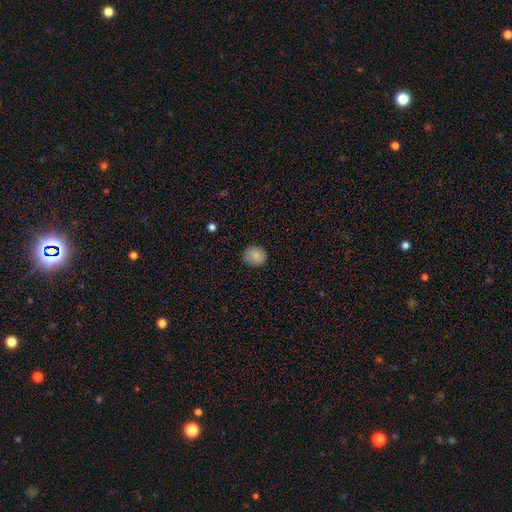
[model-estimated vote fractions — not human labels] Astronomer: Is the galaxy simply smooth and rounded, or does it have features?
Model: smooth — 83%.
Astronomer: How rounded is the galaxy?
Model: round — 73%.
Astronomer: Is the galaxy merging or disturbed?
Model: none — 87%.